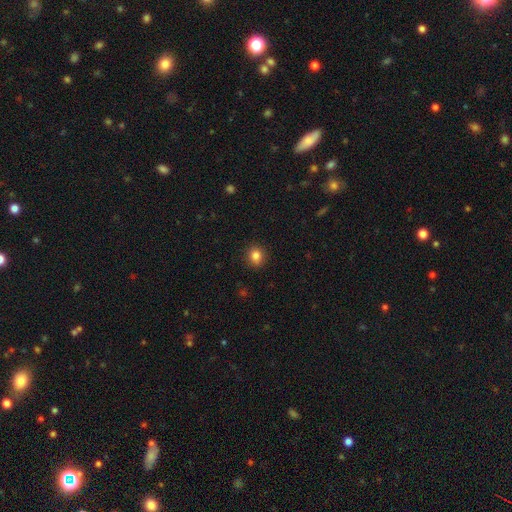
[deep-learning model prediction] Smooth or featured: smooth — 84% (star or artifact — 11%)
How rounded: round — 78% (in between — 21%)
Merging: none — 90% (minor disturbance — 7%)